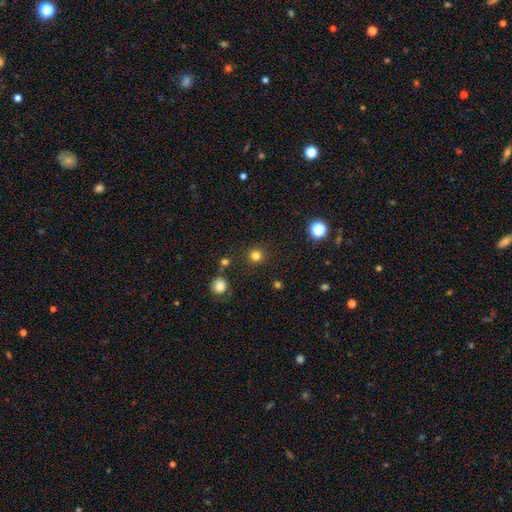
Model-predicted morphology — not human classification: Smooth or featured? Predicted: smooth (p=0.79). How rounded? Predicted: round (p=0.94). Merging? Predicted: none (p=0.89).